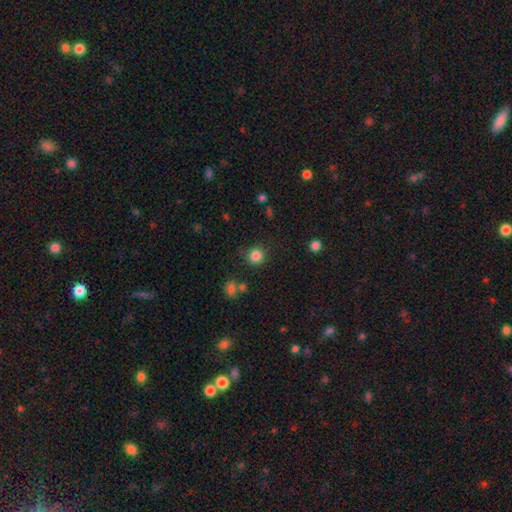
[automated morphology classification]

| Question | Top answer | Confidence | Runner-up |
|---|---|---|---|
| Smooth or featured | smooth | 84% | star or artifact (12%) |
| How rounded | round | 93% | in between (6%) |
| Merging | none | 84% | minor disturbance (9%) |